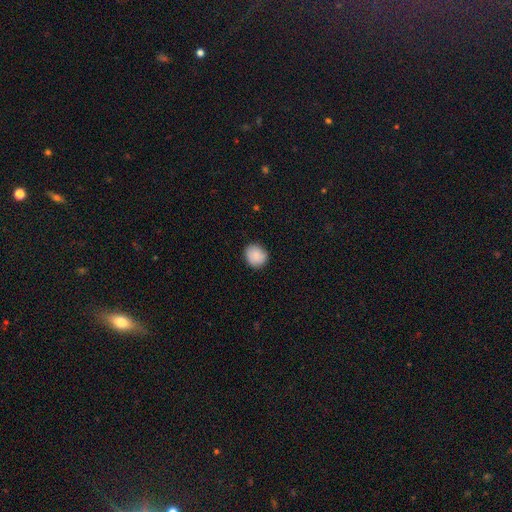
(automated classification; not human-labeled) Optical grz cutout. It shows a smooth galaxy with no disk features (87%) that is round (79%). Merging: none (86%).